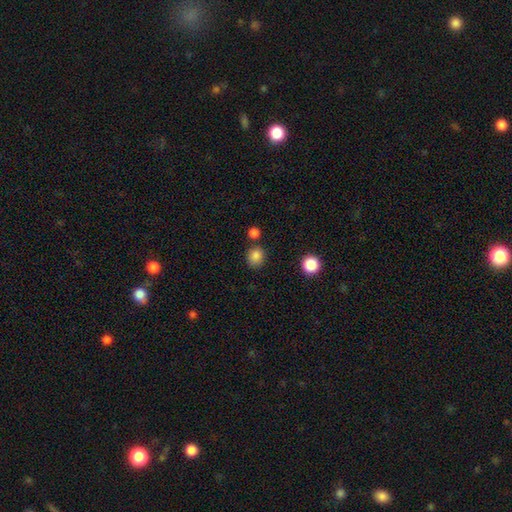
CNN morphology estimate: This is clearly a smooth galaxy (84%). How rounded: likely round (78%). Merging: likely none (76%).